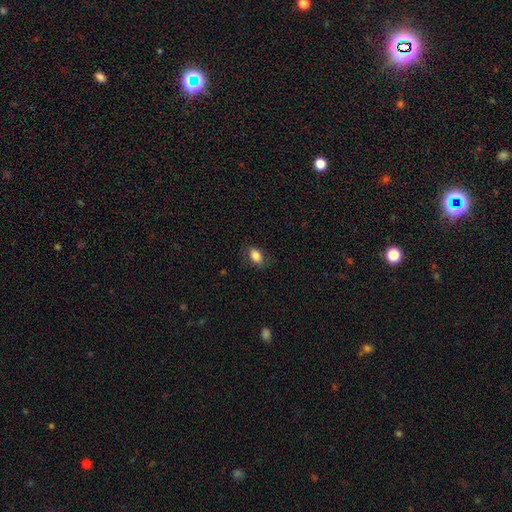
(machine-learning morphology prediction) smooth 84%, star or artifact 8%, featured or disk 8%. Down the decision tree: how rounded — in between (86%); merging — none (79%).